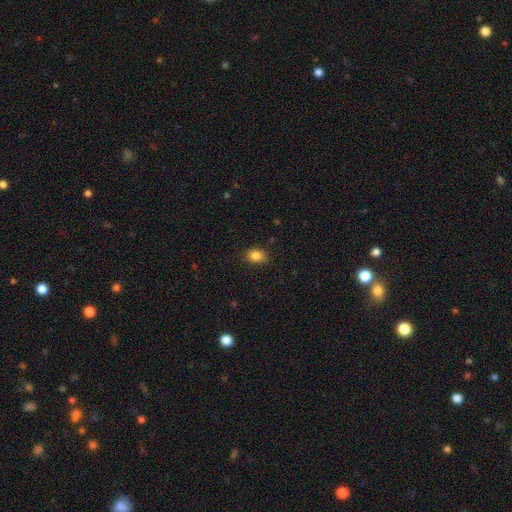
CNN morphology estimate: A smooth galaxy with no disk features (85%) that is in between round and cigar-shaped (68%). Merging: none (87%).